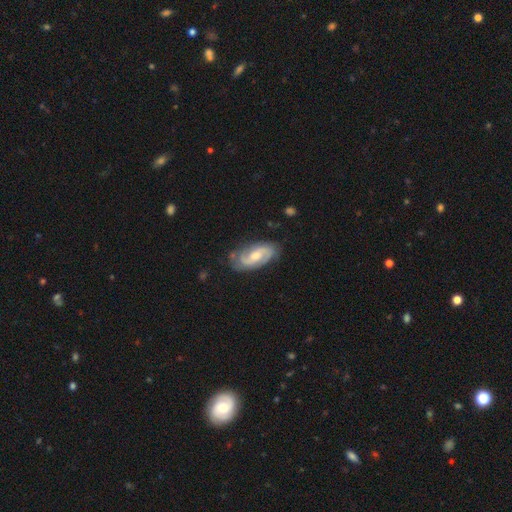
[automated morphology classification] smooth-or-featured: featured or disk: 80% | smooth: 15% | star or artifact: 5%
  disk-edge-on: no: 95% | yes: 5%
    bar: weak: 47% | no: 42% | strong: 11%
    has-spiral-arms: yes: 95% | no: 5%
      spiral-winding: medium: 49% | tight: 30% | loose: 21%
      spiral-arm-count: 2: 84% | can't tell: 8% | 3: 4% | 1: 2% | 4: 1% | more than 4: 1%
    bulge-size: moderate: 57% | small: 32% | large: 6% | none: 4% | dominant: 1%
  merging: none: 75% | minor disturbance: 18% | major disturbance: 5% | merger: 2%